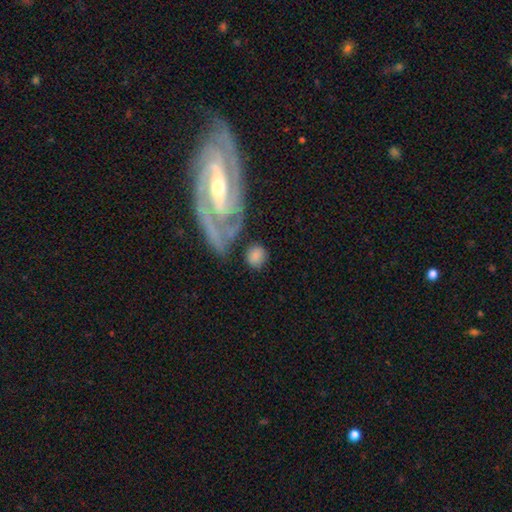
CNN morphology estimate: smooth-or-featured: smooth: 75% | featured or disk: 17% | star or artifact: 7%
  how-rounded: round: 70% | in between: 27% | cigar-shaped: 2%
  merging: none: 68% | minor disturbance: 13% | merger: 10% | major disturbance: 9%